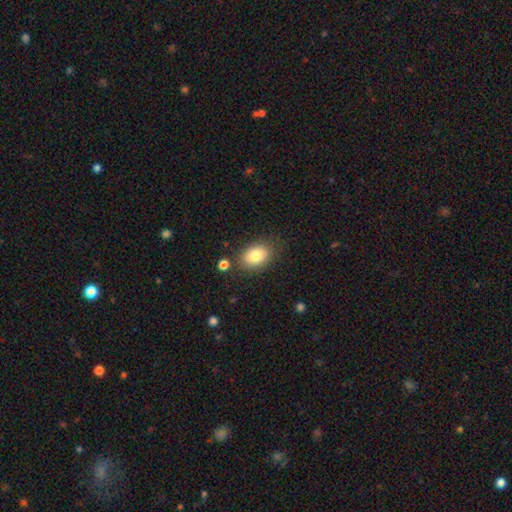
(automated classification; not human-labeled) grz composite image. It shows a smooth galaxy with no disk features (83%) that is in between round and cigar-shaped (79%). Merging: none (81%).